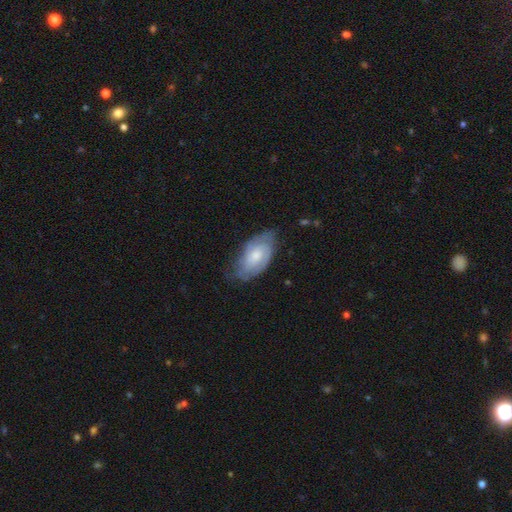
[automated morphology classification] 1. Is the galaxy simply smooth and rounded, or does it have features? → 64% featured or disk, 30% smooth, 6% star or artifact.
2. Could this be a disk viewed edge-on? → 94% no, 6% yes.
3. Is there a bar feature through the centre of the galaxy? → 67% no, 29% weak, 4% strong.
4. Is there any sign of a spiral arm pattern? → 86% yes, 14% no.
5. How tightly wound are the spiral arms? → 58% tight, 32% medium, 9% loose.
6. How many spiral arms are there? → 43% 2, 38% can't tell, 9% 3, 4% 1, 3% 4, 2% more than 4.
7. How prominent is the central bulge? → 46% small, 43% moderate, 5% none, 4% large, 1% dominant.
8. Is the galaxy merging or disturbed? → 64% none, 27% minor disturbance, 7% major disturbance, 1% merger.